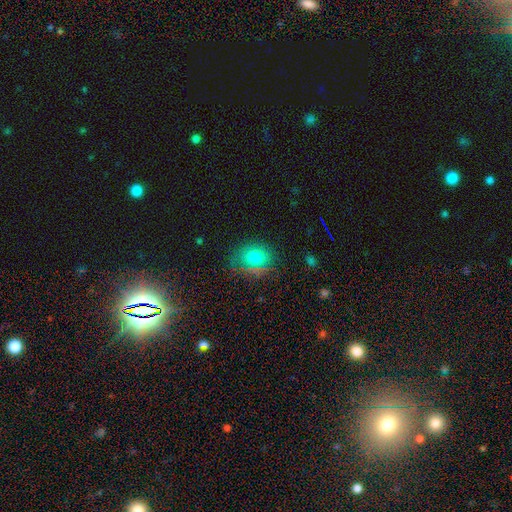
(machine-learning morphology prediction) Smooth or featured: smooth — 54% (star or artifact — 24%)
How rounded: round — 73% (in between — 26%)
Merging: none — 69% (minor disturbance — 19%)